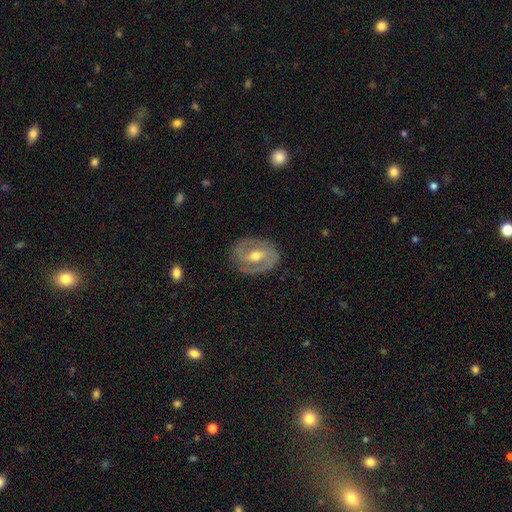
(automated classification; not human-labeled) Morphology: type=featured or disk (81%); edge-on=no (96%); bar=weak (42%); spiral arms=yes (83%); winding=tight (43%, tied with medium); arm count=2 (84%); bulge=moderate (70%); merging=none (82%).